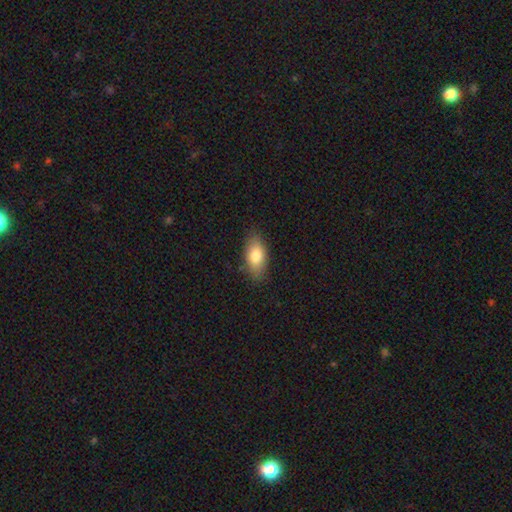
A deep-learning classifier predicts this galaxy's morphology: A smooth galaxy with no disk features (80%) that is in between round and cigar-shaped (89%). Merging: none (83%).